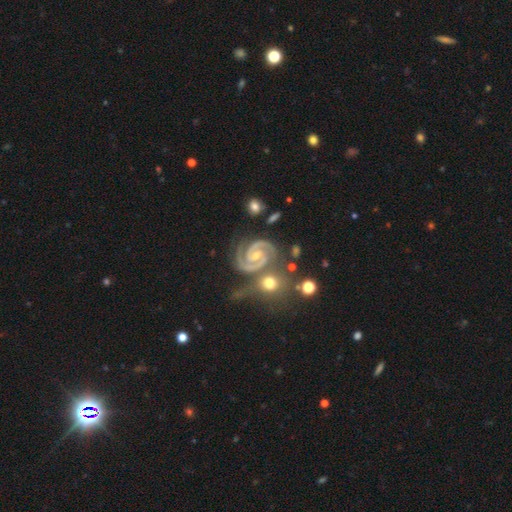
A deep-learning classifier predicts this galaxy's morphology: smooth-or-featured: featured or disk: 92% | star or artifact: 5% | smooth: 3%
  disk-edge-on: no: 98% | yes: 2%
    bar: no: 41% | weak: 40% | strong: 19%
    has-spiral-arms: yes: 99% | no: 1%
      spiral-winding: tight: 61% | medium: 36% | loose: 4%
      spiral-arm-count: 2: 88% | 3: 6% | can't tell: 2% | 4: 1% | 1: 1% | more than 4: 1%
    bulge-size: small: 57% | moderate: 37% | none: 3% | large: 2% | dominant: 1%
  merging: none: 63% | minor disturbance: 18% | merger: 13% | major disturbance: 7%